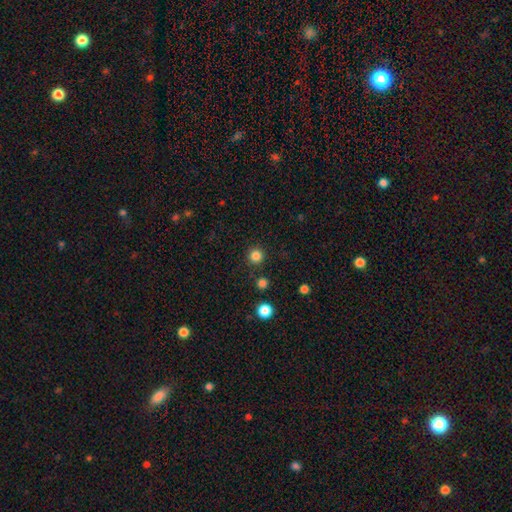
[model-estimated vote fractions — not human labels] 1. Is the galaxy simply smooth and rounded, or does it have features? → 83% smooth, 13% star or artifact, 4% featured or disk.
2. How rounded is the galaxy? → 96% round, 3% in between, 1% cigar-shaped.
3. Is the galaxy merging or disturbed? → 90% none, 5% minor disturbance, 2% merger, 2% major disturbance.